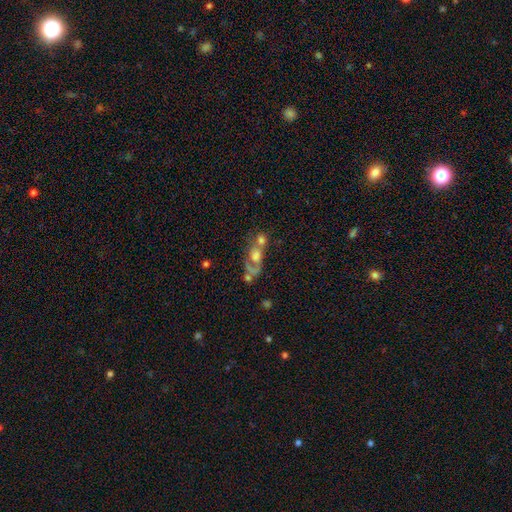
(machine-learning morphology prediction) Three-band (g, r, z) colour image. It shows a featured or disk galaxy (48%). Merging: merger (54%).